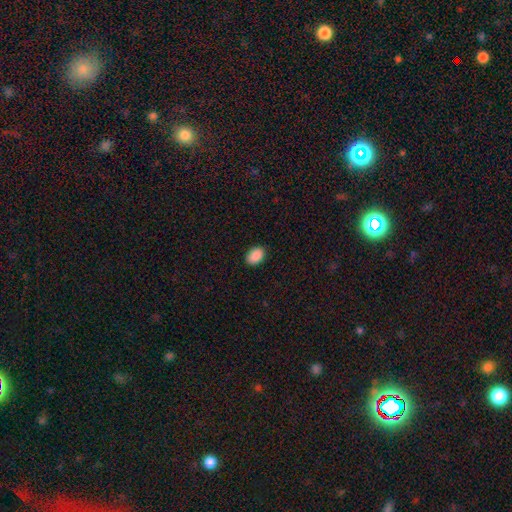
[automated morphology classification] The model was most divided on "how rounded": in between: 84%, round: 14%, cigar-shaped: 1%. More confident: smooth or featured — smooth (90%); merging — none (89%).